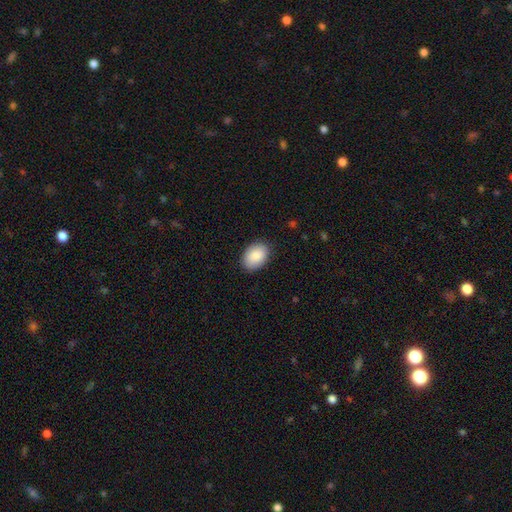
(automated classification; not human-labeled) smooth 88%, star or artifact 6%, featured or disk 6%. Down the decision tree: how rounded — in between (84%); merging — none (87%).